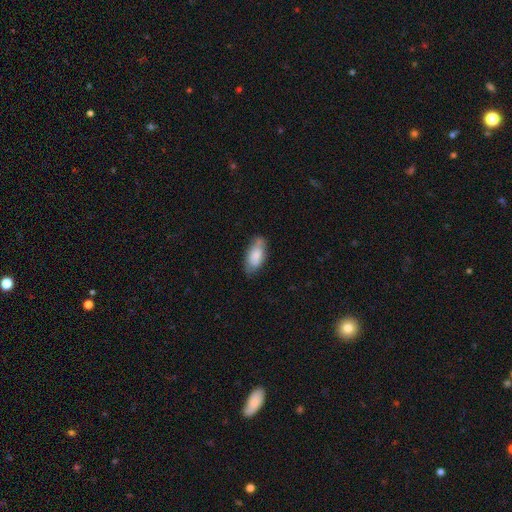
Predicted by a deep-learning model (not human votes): Smooth or featured? smooth (78%)
How rounded? in between (88%)
Merging? none (71%)